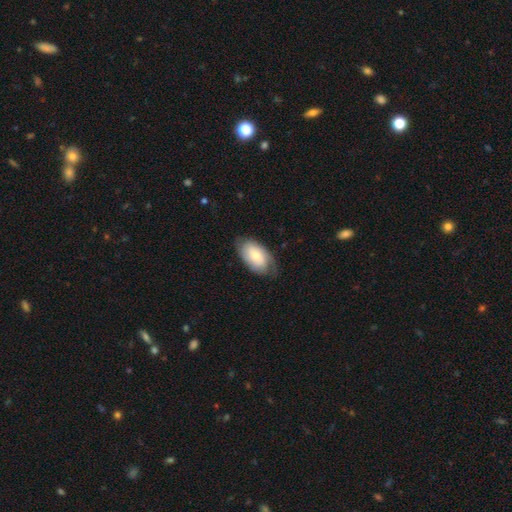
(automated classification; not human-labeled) Q: Smooth or featured?
A: smooth (59%); runner-up: featured or disk (35%)
Q: How rounded?
A: in between (93%); runner-up: round (5%)
Q: Merging?
A: none (68%); runner-up: minor disturbance (24%)